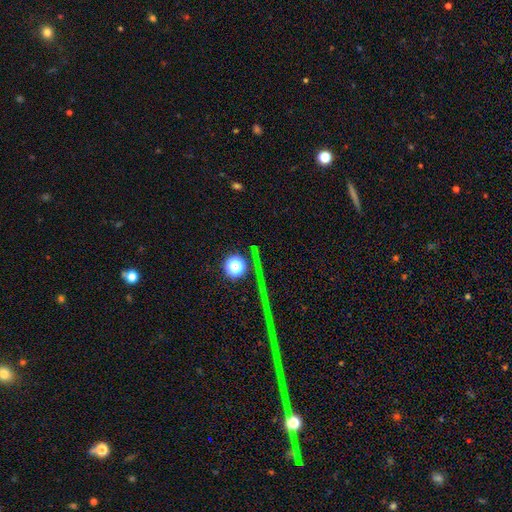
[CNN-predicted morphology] A star or artifact, not a galaxy (69%).

Vote fractions:
- Smooth or featured? star or artifact: 69% / smooth: 20% / featured or disk: 11%